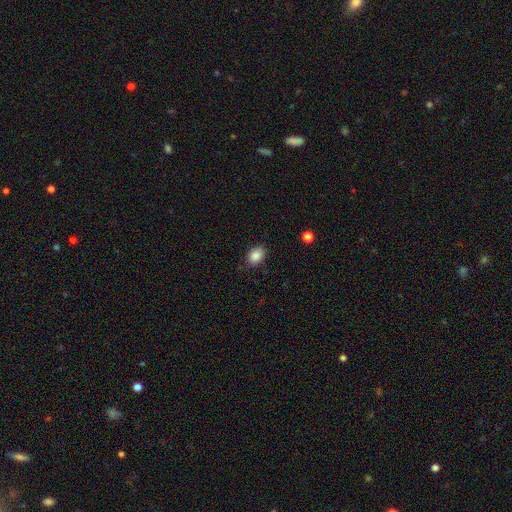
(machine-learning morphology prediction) smooth-or-featured: smooth: 87% | star or artifact: 8% | featured or disk: 4%
  how-rounded: in between: 75% | round: 24% | cigar-shaped: 1%
  merging: none: 81% | minor disturbance: 15% | major disturbance: 3% | merger: 1%